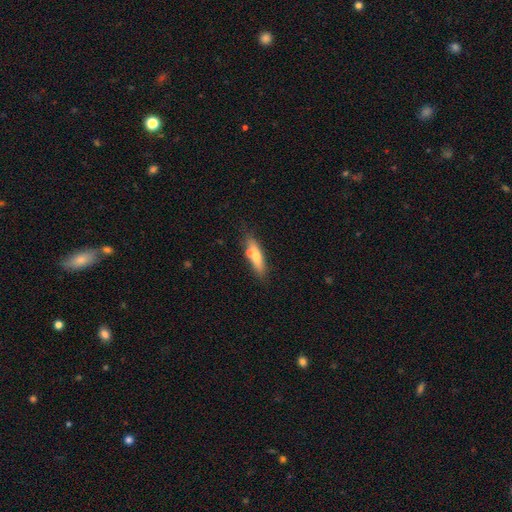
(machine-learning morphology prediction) This appears to be a smooth galaxy with no disk features (63%) that is cigar-shaped (63%). Merging: none (68%).